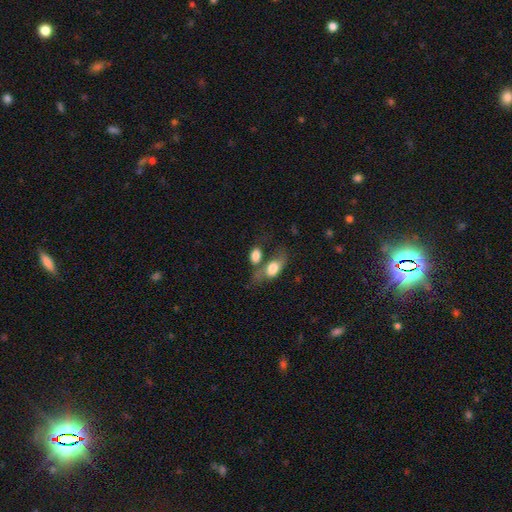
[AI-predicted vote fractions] Smooth or featured? Predicted: smooth (p=0.77). How rounded? Predicted: in between (p=0.81). Merging? Predicted: merger (p=0.45).